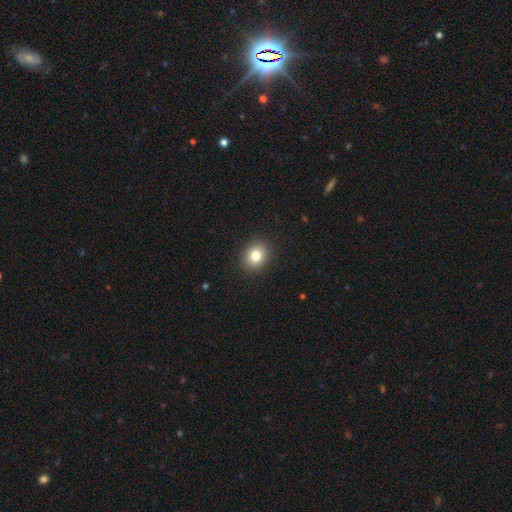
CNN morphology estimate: The model was most divided on "how rounded": round: 59%, in between: 40%, cigar-shaped: 1%. More confident: merging — none (90%); smooth or featured — smooth (79%).